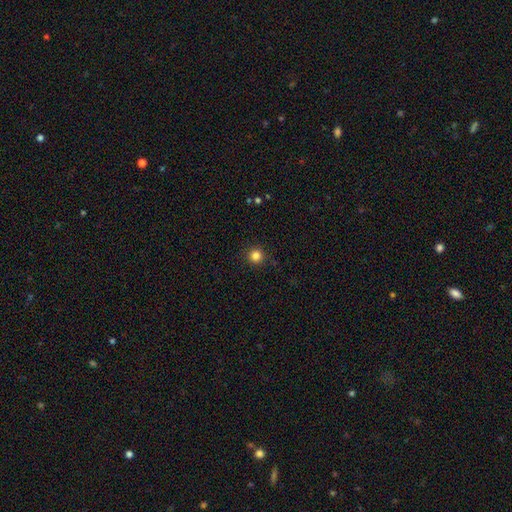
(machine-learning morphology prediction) Smooth or featured? smooth (83%)
How rounded? round (96%)
Merging? none (92%)